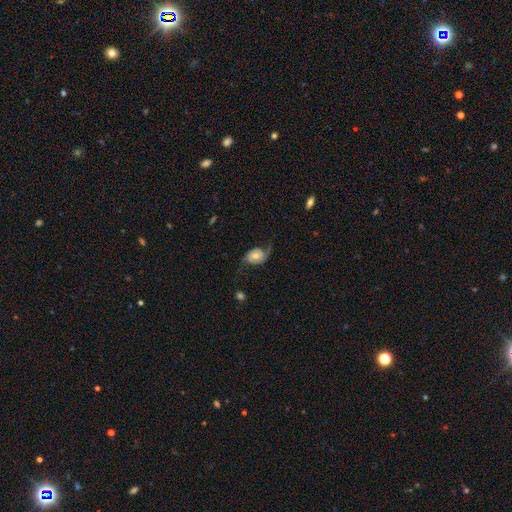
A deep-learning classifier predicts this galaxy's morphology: Q: Smooth or featured?
A: featured or disk (75%); runner-up: smooth (18%)
Q: Edge-on disk?
A: no (97%); runner-up: yes (3%)
Q: Bar?
A: no (68%); runner-up: weak (26%)
Q: Spiral arms?
A: yes (93%); runner-up: no (7%)
Q: Spiral winding?
A: loose (54%); runner-up: medium (32%)
Q: Spiral arm count?
A: 2 (86%); runner-up: 1 (7%)
Q: Bulge size?
A: moderate (58%); runner-up: small (31%)
Q: Merging?
A: none (61%); runner-up: minor disturbance (20%)